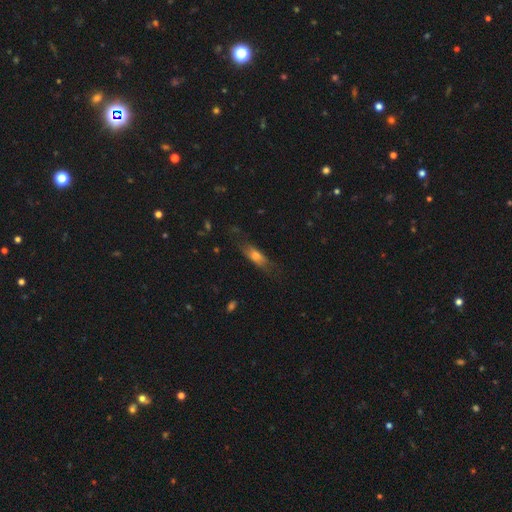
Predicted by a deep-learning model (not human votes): smooth_or_featured: smooth (p=0.60) [alt: featured or disk p=0.30]
how_rounded: cigar-shaped (p=0.51) [alt: in between p=0.46]
merging: none (p=0.66) [alt: minor disturbance p=0.21]